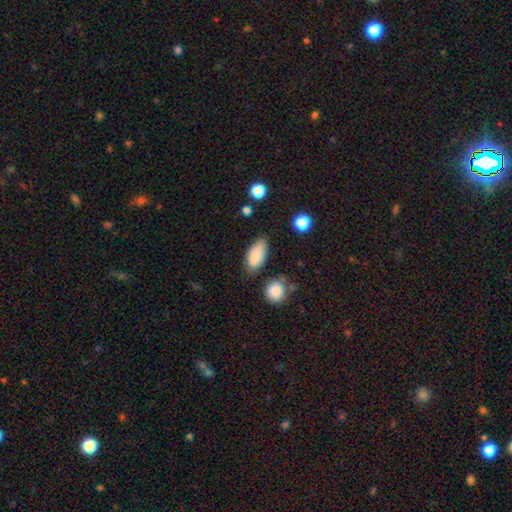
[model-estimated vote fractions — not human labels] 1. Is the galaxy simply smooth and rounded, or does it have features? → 85% smooth, 8% featured or disk, 7% star or artifact.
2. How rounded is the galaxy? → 89% in between, 7% cigar-shaped, 4% round.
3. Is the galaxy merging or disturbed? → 67% none, 23% minor disturbance, 5% merger, 5% major disturbance.